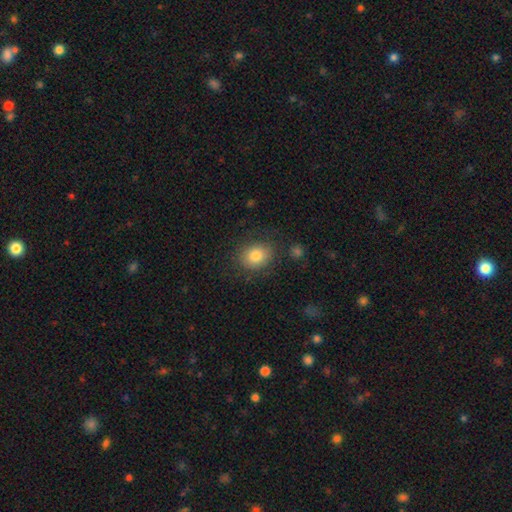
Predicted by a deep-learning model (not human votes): A smooth galaxy with no disk features (82%) that is round (55%).

Vote fractions:
- Smooth or featured? smooth: 82% / star or artifact: 9% / featured or disk: 9%
- How rounded? round: 55% / in between: 44% / cigar-shaped: 1%
- Merging? none: 80% / minor disturbance: 13% / major disturbance: 5% / merger: 2%